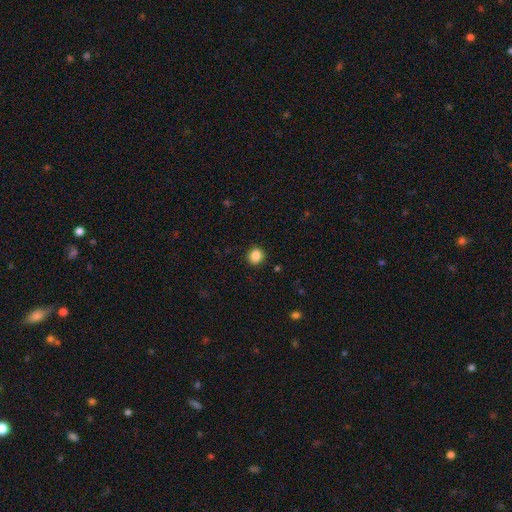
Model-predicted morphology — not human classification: The model was most divided on "how rounded": round: 80%, in between: 19%, cigar-shaped: 1%. More confident: merging — none (90%); smooth or featured — smooth (87%).